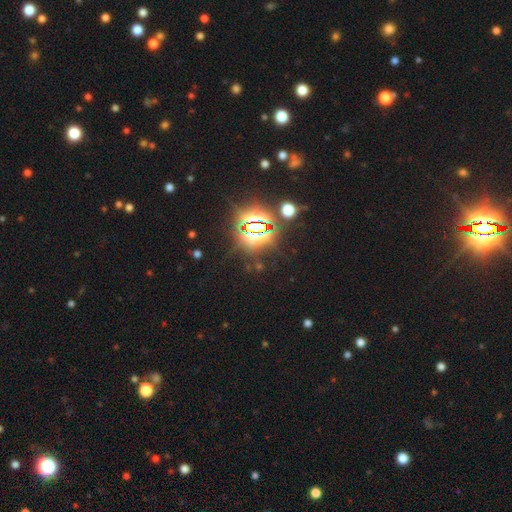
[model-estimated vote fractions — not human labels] smooth-or-featured: star or artifact: 84% | smooth: 9% | featured or disk: 7%